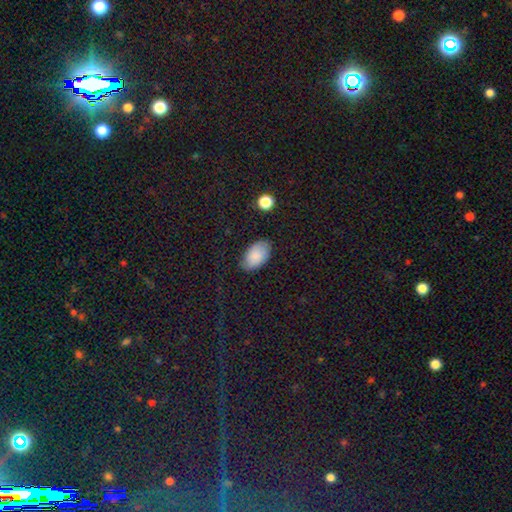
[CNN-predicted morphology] Smooth or featured? Predicted: smooth (p=0.85). How rounded? Predicted: in between (p=0.94). Merging? Predicted: none (p=0.80).